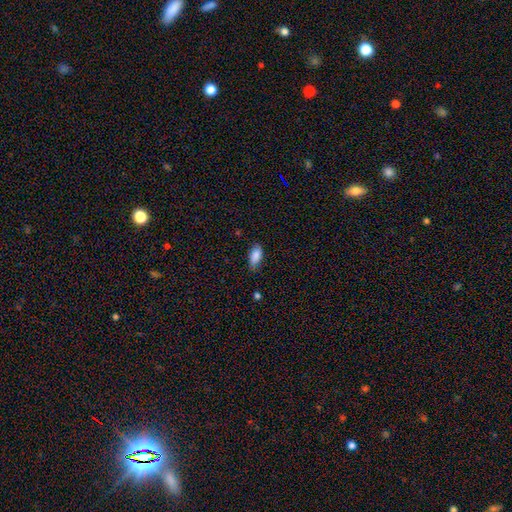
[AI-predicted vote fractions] Q: Smooth or featured?
A: smooth (88%); runner-up: star or artifact (7%)
Q: How rounded?
A: in between (89%); runner-up: cigar-shaped (8%)
Q: Merging?
A: none (74%); runner-up: minor disturbance (21%)